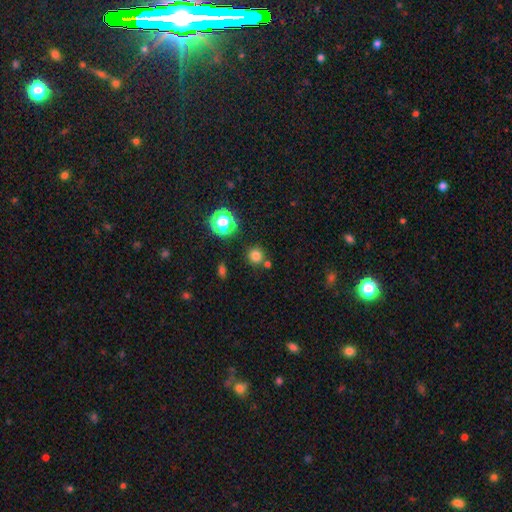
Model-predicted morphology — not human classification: smooth-or-featured: smooth: 76% | star or artifact: 19% | featured or disk: 5%
  how-rounded: round: 92% | in between: 7% | cigar-shaped: 1%
  merging: none: 79% | merger: 10% | minor disturbance: 8% | major disturbance: 3%